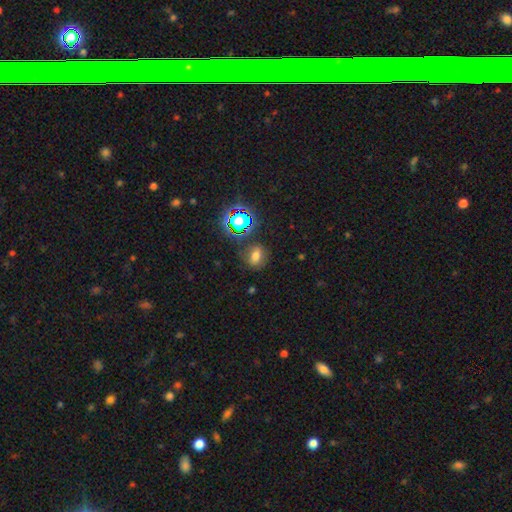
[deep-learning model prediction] A smooth galaxy with no disk features (61%) that is in between round and cigar-shaped (61%). Merging: none (78%).